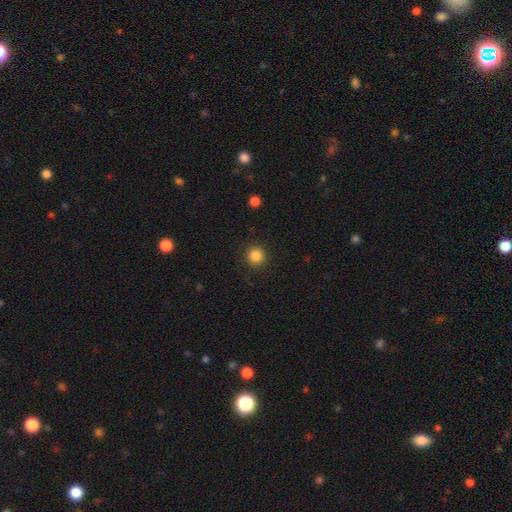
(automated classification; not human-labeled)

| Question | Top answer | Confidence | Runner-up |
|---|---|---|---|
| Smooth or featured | smooth | 85% | star or artifact (11%) |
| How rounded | round | 94% | in between (5%) |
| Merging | none | 91% | minor disturbance (6%) |